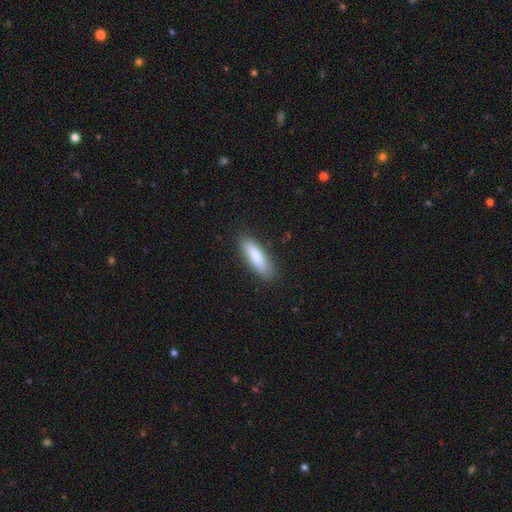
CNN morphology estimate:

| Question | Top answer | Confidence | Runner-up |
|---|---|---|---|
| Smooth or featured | smooth | 82% | featured or disk (12%) |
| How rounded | cigar-shaped | 57% | in between (41%) |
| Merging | none | 86% | minor disturbance (11%) |